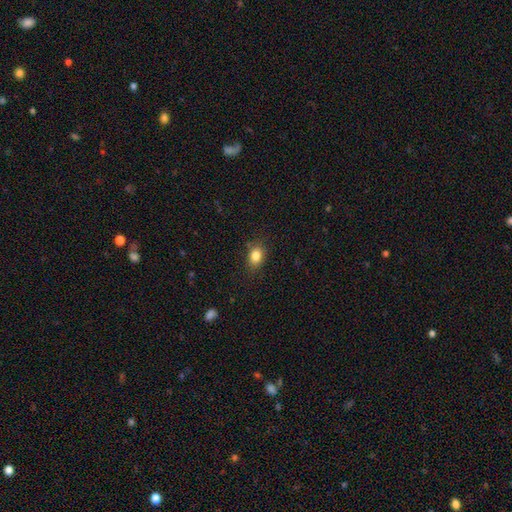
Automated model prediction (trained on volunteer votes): smooth_or_featured: smooth (p=0.84) [alt: star or artifact p=0.10]
how_rounded: in between (p=0.68) [alt: round p=0.31]
merging: none (p=0.81) [alt: minor disturbance p=0.14]